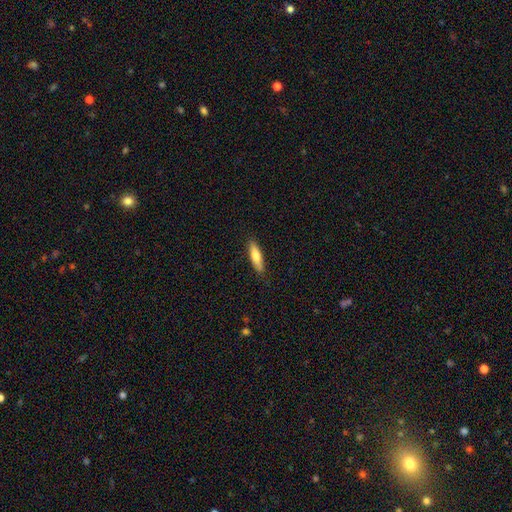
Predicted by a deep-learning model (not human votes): smooth-or-featured: smooth: 73% | featured or disk: 22% | star or artifact: 6%
  how-rounded: cigar-shaped: 66% | in between: 32% | round: 2%
  merging: none: 85% | minor disturbance: 12% | major disturbance: 2% | merger: 1%